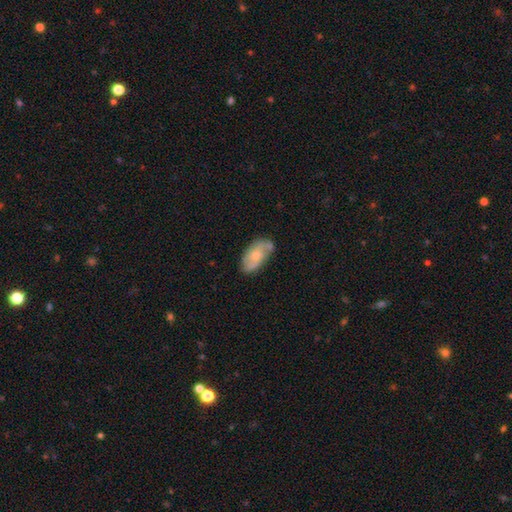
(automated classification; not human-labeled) Overall: featured or disk (49%; smooth 44%). Merging: none (58%; minor disturbance 26%).